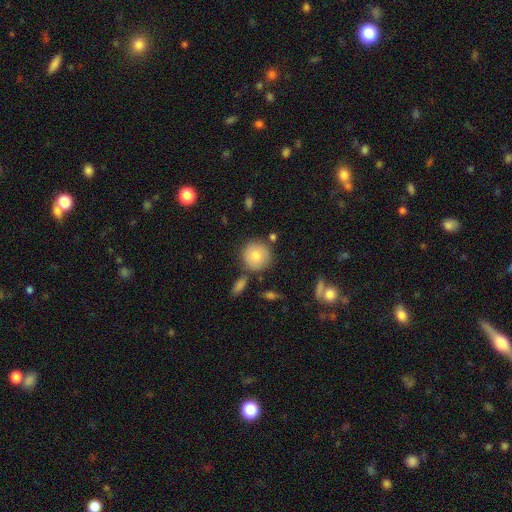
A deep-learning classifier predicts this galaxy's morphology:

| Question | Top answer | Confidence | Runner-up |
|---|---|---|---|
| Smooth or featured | smooth | 79% | featured or disk (13%) |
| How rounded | round | 93% | in between (6%) |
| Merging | none | 78% | minor disturbance (11%) |